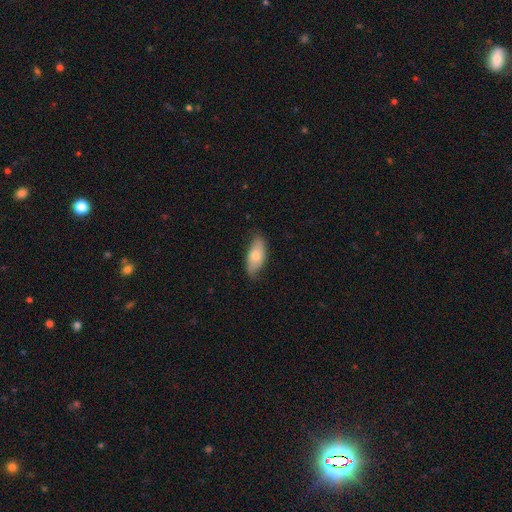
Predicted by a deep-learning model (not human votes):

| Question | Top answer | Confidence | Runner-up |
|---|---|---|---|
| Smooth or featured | smooth | 64% | featured or disk (30%) |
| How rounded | in between | 88% | cigar-shaped (9%) |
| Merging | none | 70% | minor disturbance (25%) |